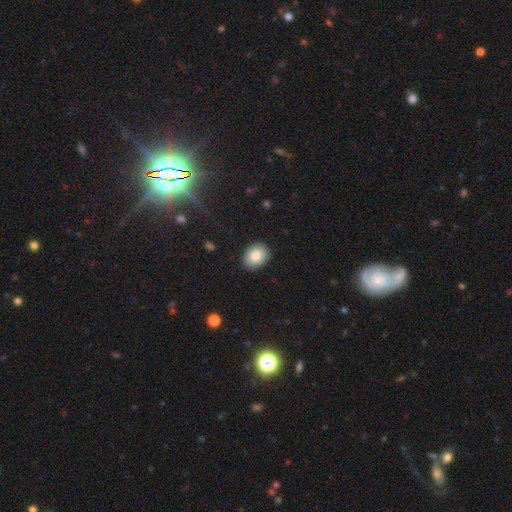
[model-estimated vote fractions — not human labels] Smooth or featured?
  - smooth: 80% *
  - featured or disk: 12%
  - star or artifact: 8%
How rounded?
  - in between: 54% *
  - round: 45%
  - cigar-shaped: 1%
Merging?
  - none: 88% *
  - minor disturbance: 9%
  - major disturbance: 2%
  - merger: 1%